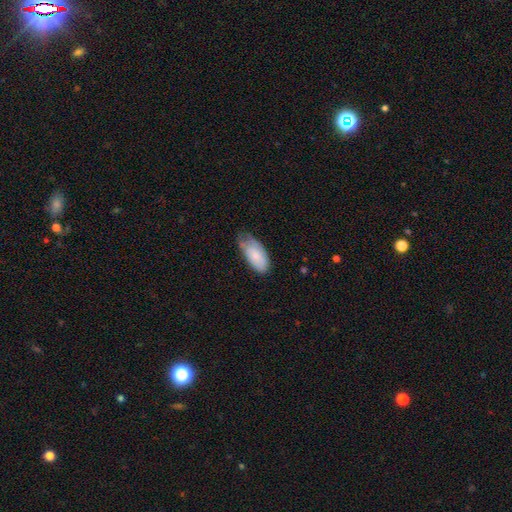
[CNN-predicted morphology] Smooth or featured? Predicted: smooth (p=0.73). How rounded? Predicted: in between (p=0.92). Merging? Predicted: minor disturbance (p=0.44).